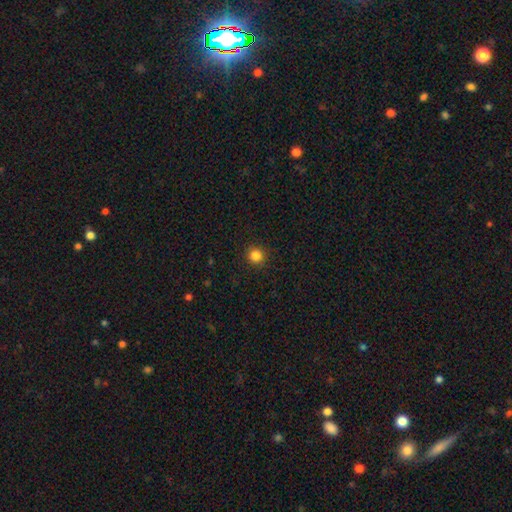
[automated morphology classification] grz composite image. It shows a smooth galaxy with no disk features (85%) that is round (94%). Merging: none (91%).